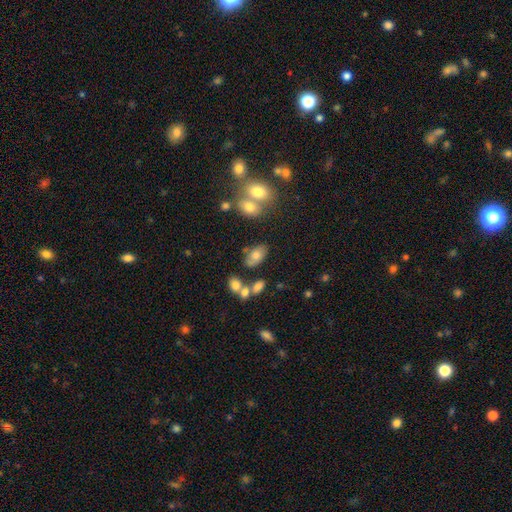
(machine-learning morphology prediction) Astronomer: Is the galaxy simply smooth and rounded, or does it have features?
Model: smooth — 73%.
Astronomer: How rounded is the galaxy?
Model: in between — 91%.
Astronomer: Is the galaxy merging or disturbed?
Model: none — 64%.